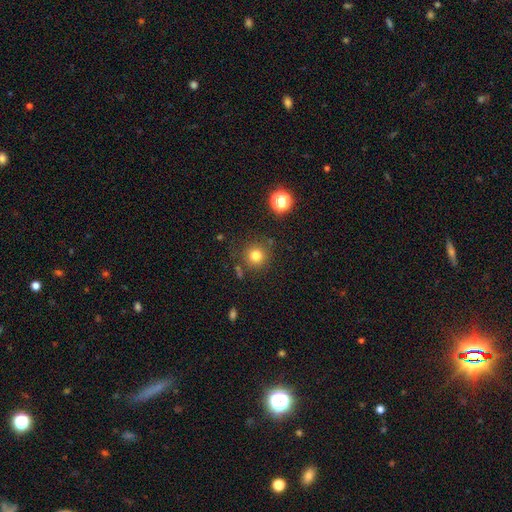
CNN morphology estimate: This is likely a smooth galaxy (78%). How rounded: clearly round (94%). Merging: clearly none (83%).